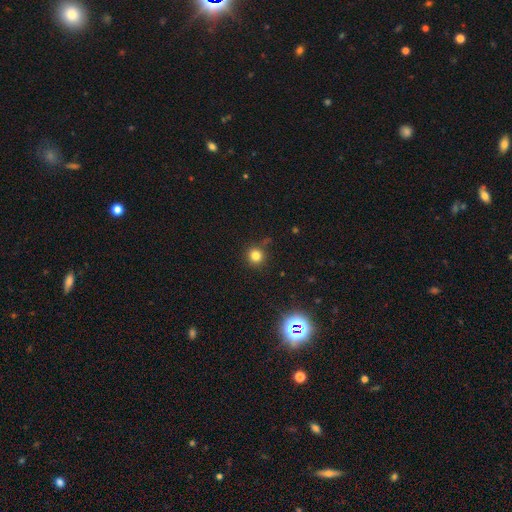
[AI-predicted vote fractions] smooth-or-featured: smooth: 80% | star or artifact: 15% | featured or disk: 5%
  how-rounded: round: 93% | in between: 7% | cigar-shaped: 1%
  merging: none: 84% | minor disturbance: 10% | merger: 3% | major disturbance: 3%